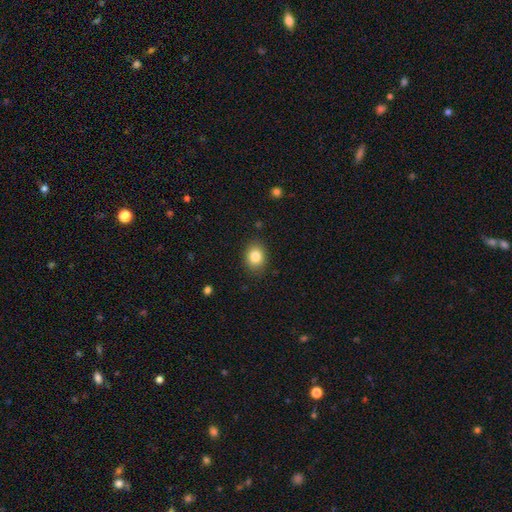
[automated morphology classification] smooth-or-featured: smooth: 84% | star or artifact: 9% | featured or disk: 7%
  how-rounded: round: 54% | in between: 45% | cigar-shaped: 1%
  merging: none: 86% | minor disturbance: 10% | major disturbance: 2% | merger: 1%